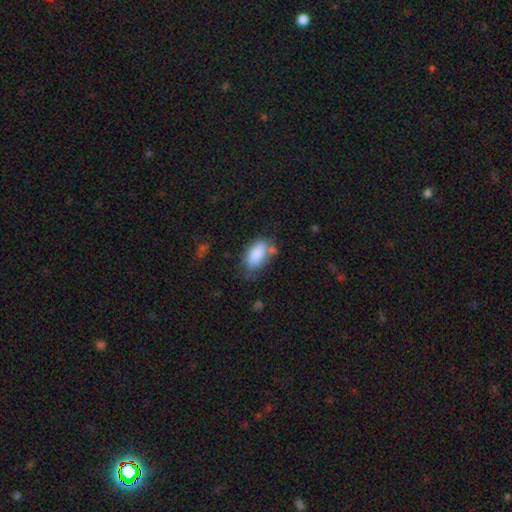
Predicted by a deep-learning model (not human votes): smooth_or_featured: smooth (p=0.83) [alt: featured or disk p=0.10]
how_rounded: in between (p=0.91) [alt: cigar-shaped p=0.05]
merging: none (p=0.52) [alt: minor disturbance p=0.29]